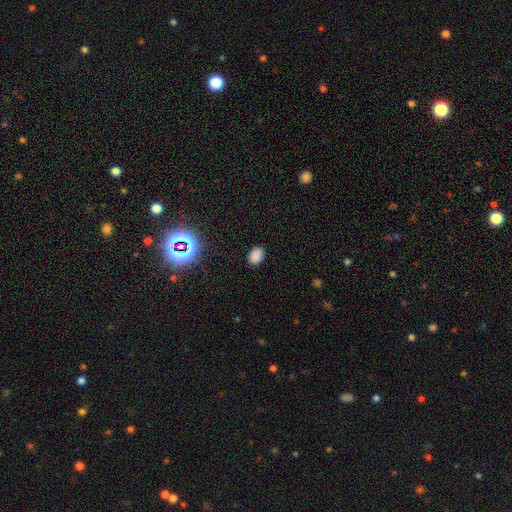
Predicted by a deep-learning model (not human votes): Q: Smooth or featured?
A: smooth (80%); runner-up: star or artifact (16%)
Q: How rounded?
A: in between (82%); runner-up: round (17%)
Q: Merging?
A: none (85%); runner-up: minor disturbance (11%)